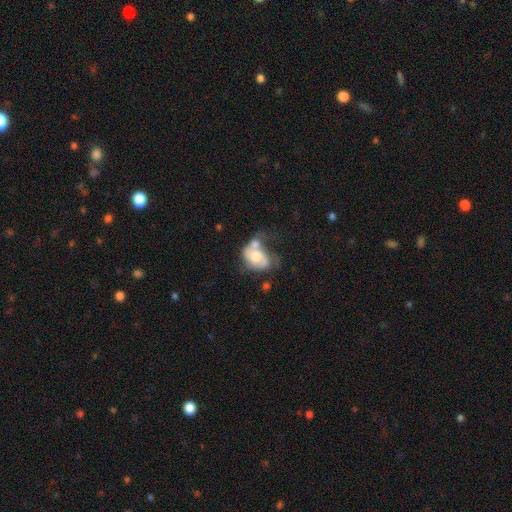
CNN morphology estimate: The model was most divided on "smooth or featured": featured or disk: 48%, smooth: 45%, star or artifact: 7%. Remaining: merging — merger (44%).